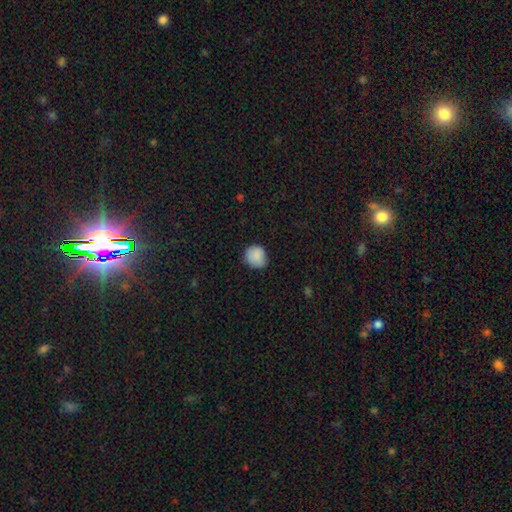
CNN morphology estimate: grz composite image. It shows a smooth galaxy with no disk features (88%) that is round (81%). Merging: none (80%).